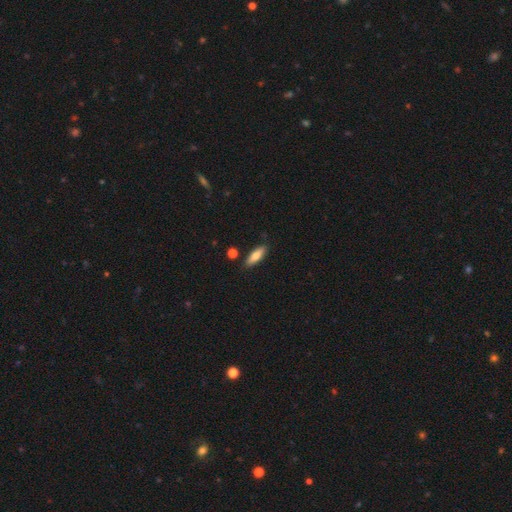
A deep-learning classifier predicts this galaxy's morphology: Smooth or featured? smooth (74%)
How rounded? in between (50%)
Merging? none (85%)